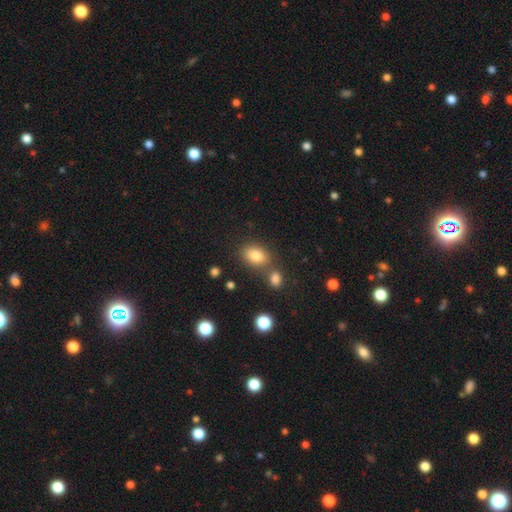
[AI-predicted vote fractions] smooth-or-featured: smooth: 82% | star or artifact: 10% | featured or disk: 8%
  how-rounded: in between: 77% | round: 21% | cigar-shaped: 2%
  merging: none: 65% | merger: 19% | minor disturbance: 12% | major disturbance: 4%